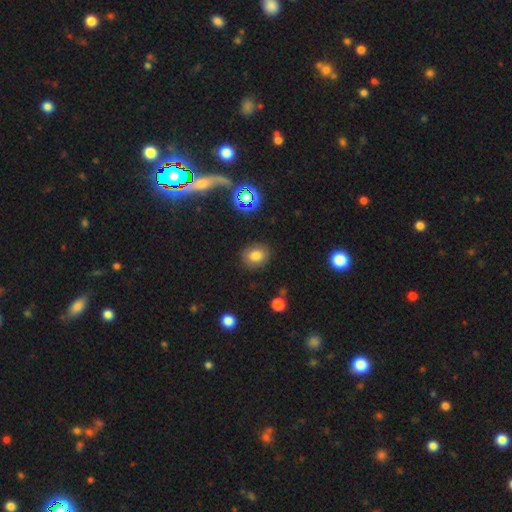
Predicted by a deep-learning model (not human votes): This appears to be a smooth galaxy with no disk features (75%) that is round (56%). Merging: none (84%).